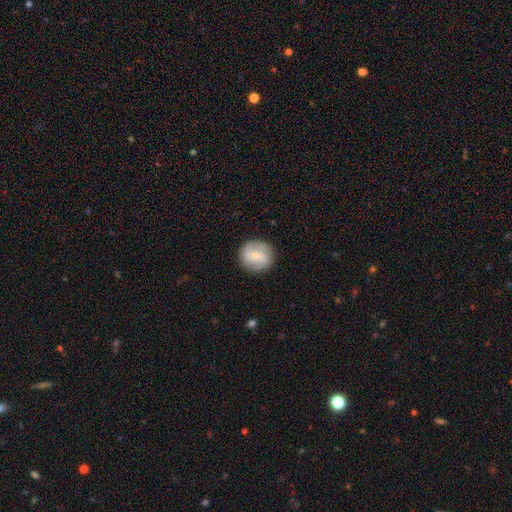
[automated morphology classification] Smooth or featured? Predicted: smooth (p=0.50). Merging? Predicted: none (p=0.86).